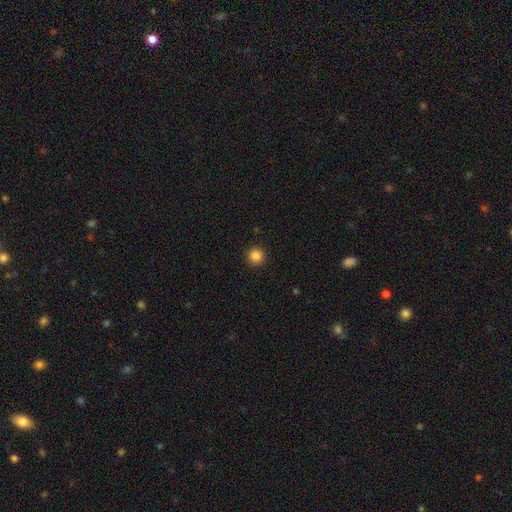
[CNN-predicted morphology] smooth-or-featured: smooth: 86% | star or artifact: 11% | featured or disk: 3%
  how-rounded: round: 95% | in between: 4% | cigar-shaped: 1%
  merging: none: 93% | minor disturbance: 5% | major disturbance: 2% | merger: 1%